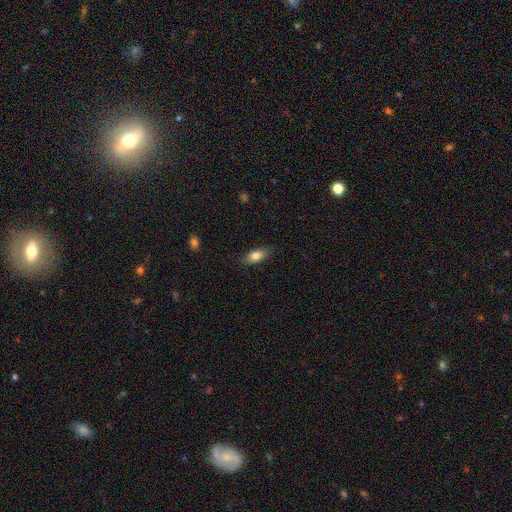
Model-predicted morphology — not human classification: Overall: smooth (81%). How rounded: in between (83%). Merging: none (85%).